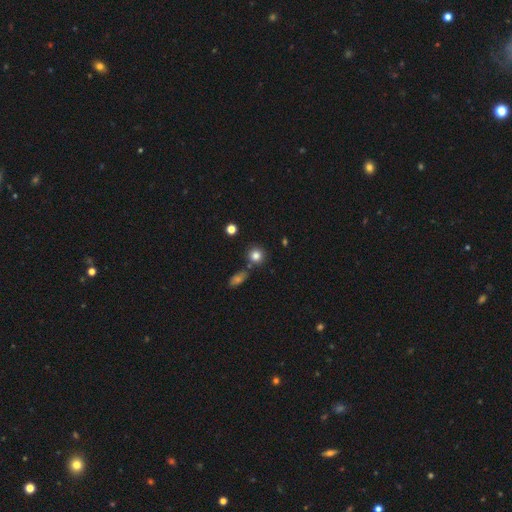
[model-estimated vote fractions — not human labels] smooth 82%, star or artifact 12%, featured or disk 6%. Down the decision tree: how rounded — round (89%); merging — none (77%).